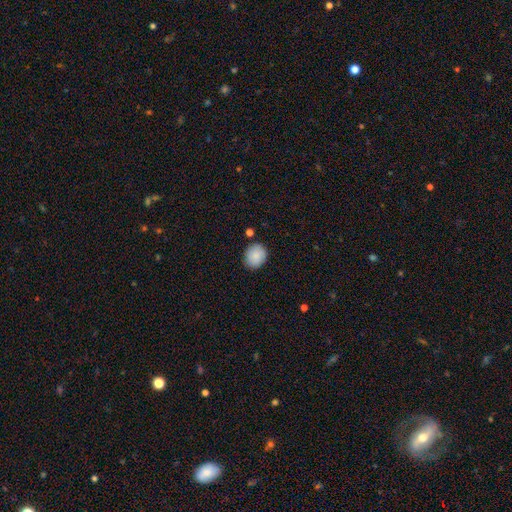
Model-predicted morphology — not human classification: Smooth or featured? smooth (87%)
How rounded? round (65%)
Merging? none (84%)